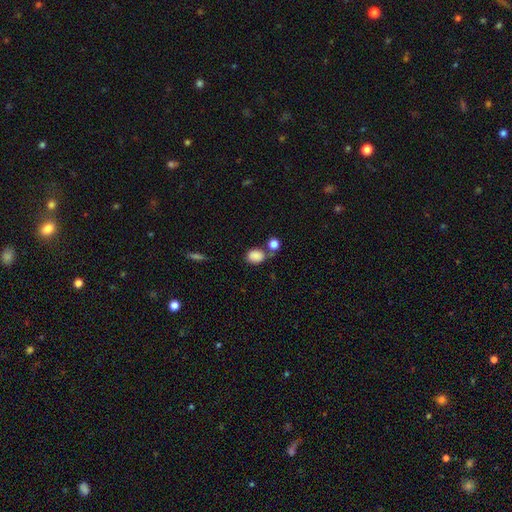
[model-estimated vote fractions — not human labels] Overall: smooth (85%). How rounded: in between (54%; round 44%). Merging: none (55%; merger 24%).